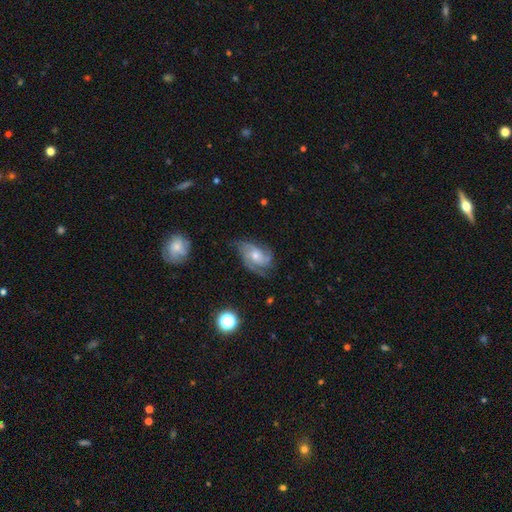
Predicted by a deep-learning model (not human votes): Overall: featured or disk (79%). Edge-on disk: no (97%). Bar: no (70%). Spiral arms: yes (95%). Spiral arm count: 3 (45%; 2 20%). Spiral winding: medium (45%; tight 39%). Bulge size: moderate (57%; small 37%). Merging: none (64%).